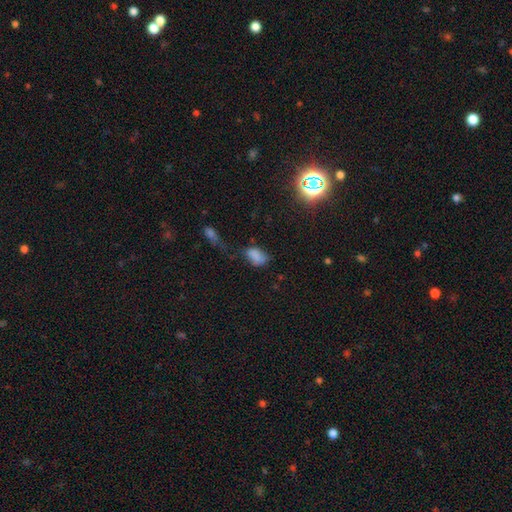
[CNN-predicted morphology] A smooth galaxy with no disk features (77%) that is in between round and cigar-shaped (87%).

Vote fractions:
- Smooth or featured? smooth: 77% / star or artifact: 14% / featured or disk: 9%
- How rounded? in between: 87% / round: 10% / cigar-shaped: 2%
- Merging? none: 40% / minor disturbance: 31% / major disturbance: 19% / merger: 10%